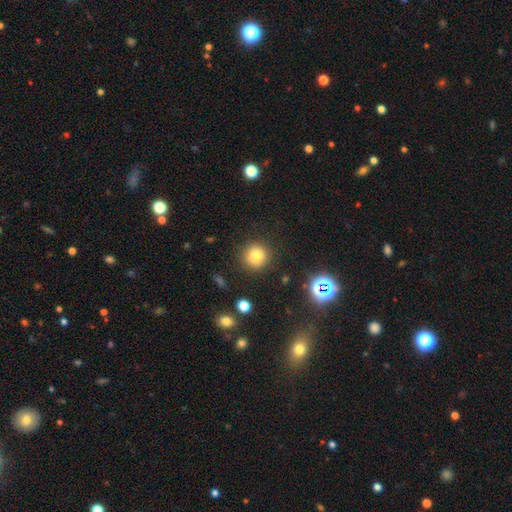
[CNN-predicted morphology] Smooth or featured? Predicted: smooth (p=0.77). How rounded? Predicted: round (p=0.93). Merging? Predicted: none (p=0.88).